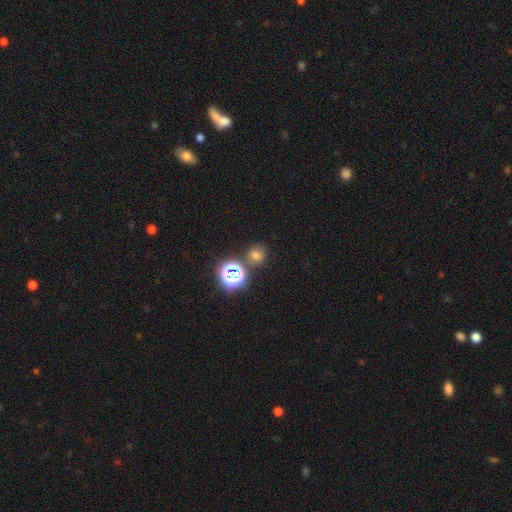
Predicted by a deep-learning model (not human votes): The model was most divided on "smooth or featured": smooth: 60%, star or artifact: 33%, featured or disk: 8%. More confident: how rounded — round (82%); merging — none (76%).